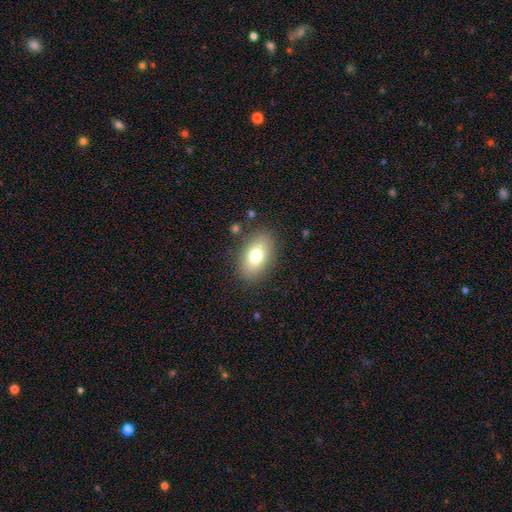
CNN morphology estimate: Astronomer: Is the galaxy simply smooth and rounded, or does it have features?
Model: smooth — 75%.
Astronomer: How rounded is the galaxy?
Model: in between — 89%.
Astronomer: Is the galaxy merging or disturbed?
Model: none — 84%.